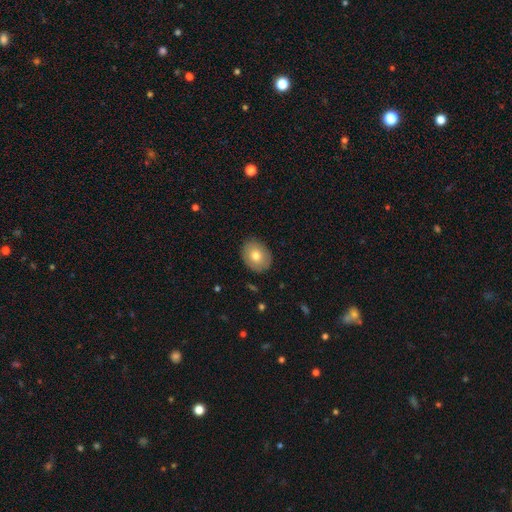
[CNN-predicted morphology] A smooth galaxy with no disk features (74%) that is in between round and cigar-shaped (53%).

Vote fractions:
- Smooth or featured? smooth: 74% / featured or disk: 18% / star or artifact: 8%
- How rounded? in between: 53% / round: 46% / cigar-shaped: 1%
- Merging? none: 88% / minor disturbance: 9% / major disturbance: 2% / merger: 1%